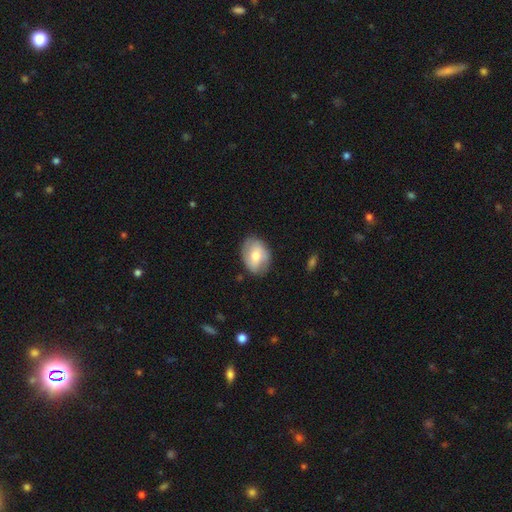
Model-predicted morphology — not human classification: type=smooth (59%); roundness=in between (71%); merging=none (77%).